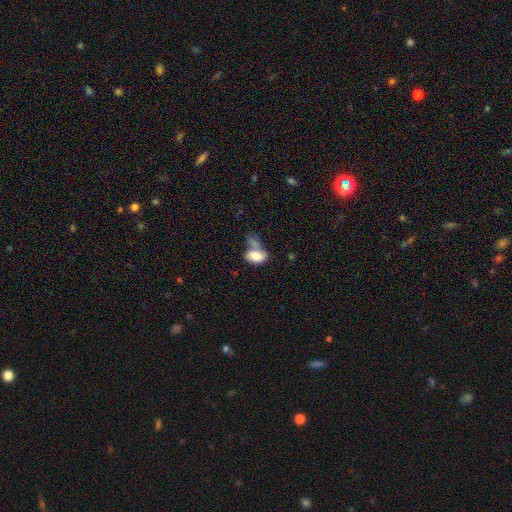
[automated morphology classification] A smooth galaxy with no disk features (77%) that is in between round and cigar-shaped (89%).

Vote fractions:
- Smooth or featured? smooth: 77% / featured or disk: 15% / star or artifact: 8%
- How rounded? in between: 89% / round: 9% / cigar-shaped: 2%
- Merging? merger: 43% / none: 28% / minor disturbance: 18% / major disturbance: 12%